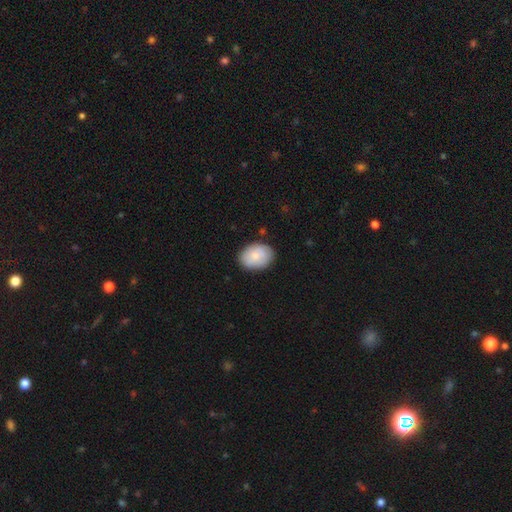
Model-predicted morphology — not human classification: type=smooth (78%); roundness=in between (72%); merging=none (83%).